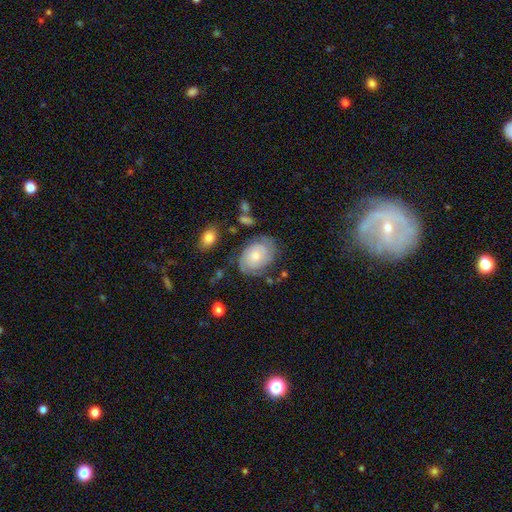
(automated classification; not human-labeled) smooth-or-featured: featured or disk: 73% | smooth: 20% | star or artifact: 6%
  disk-edge-on: no: 97% | yes: 3%
    bar: no: 77% | weak: 20% | strong: 3%
    has-spiral-arms: yes: 92% | no: 8%
      spiral-winding: tight: 71% | medium: 22% | loose: 6%
      spiral-arm-count: 2: 55% | can't tell: 25% | 3: 10% | 1: 4% | 4: 3% | more than 4: 3%
    bulge-size: moderate: 46% | small: 45% | large: 5% | none: 3% | dominant: 1%
  merging: none: 73% | minor disturbance: 18% | major disturbance: 7% | merger: 3%